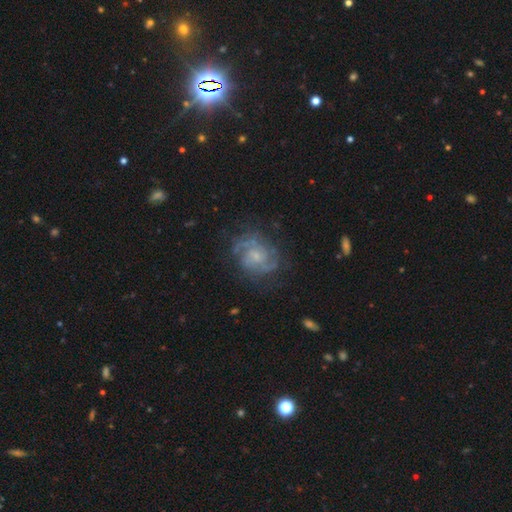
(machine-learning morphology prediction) A featured or disk galaxy (81%) with no bar (65%), 2 (42%) tight (47%) spiral arms (93%) and a small central bulge (59%).

Vote fractions:
- Smooth or featured? featured or disk: 81% / smooth: 11% / star or artifact: 8%
- Edge-on disk? no: 98% / yes: 2%
- Bar? no: 65% / weak: 31% / strong: 5%
- Spiral arms? yes: 93% / no: 7%
- Spiral winding? tight: 47% / medium: 41% / loose: 12%
- Spiral arm count? 2: 42% / can't tell: 26% / 3: 18% / 4: 6% / 1: 5% / more than 4: 4%
- Bulge size? small: 59% / moderate: 26% / none: 11% / large: 2% / dominant: 1%
- Merging? none: 71% / minor disturbance: 18% / major disturbance: 10% / merger: 2%